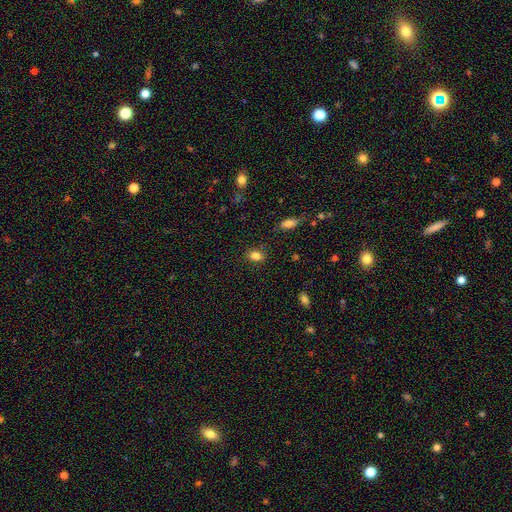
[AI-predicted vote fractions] This is clearly a smooth galaxy (84%). How rounded: likely in between (71%). Merging: clearly none (85%).